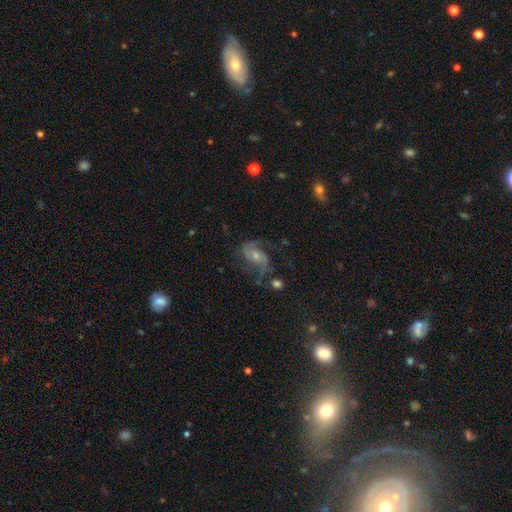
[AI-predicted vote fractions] Q: Smooth or featured?
A: featured or disk (77%); runner-up: star or artifact (12%)
Q: Edge-on disk?
A: no (97%); runner-up: yes (3%)
Q: Bar?
A: no (58%); runner-up: weak (32%)
Q: Spiral arms?
A: yes (95%); runner-up: no (5%)
Q: Spiral winding?
A: medium (50%); runner-up: loose (32%)
Q: Spiral arm count?
A: 2 (78%); runner-up: can't tell (7%)
Q: Bulge size?
A: small (49%); runner-up: moderate (45%)
Q: Merging?
A: none (63%); runner-up: minor disturbance (19%)